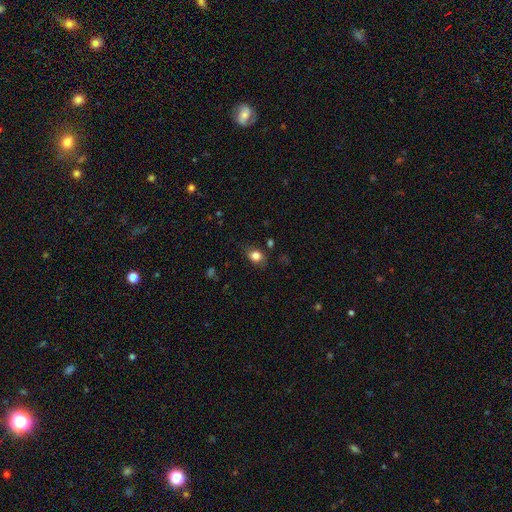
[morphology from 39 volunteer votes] Smooth or featured: smooth — 79% (featured or disk — 13%)
How rounded: round — 52% (in between — 48%)
Merging: none — 81% (minor disturbance — 11%)